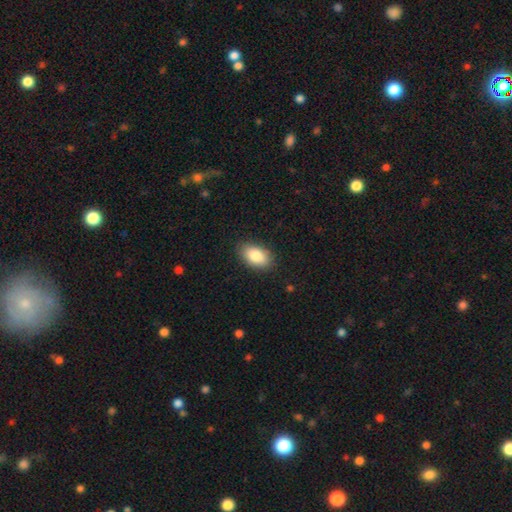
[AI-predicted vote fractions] A smooth galaxy with no disk features (86%) that is in between round and cigar-shaped (92%).

Vote fractions:
- Smooth or featured? smooth: 86% / featured or disk: 7% / star or artifact: 7%
- How rounded? in between: 92% / round: 7% / cigar-shaped: 2%
- Merging? none: 87% / minor disturbance: 10% / major disturbance: 2% / merger: 1%